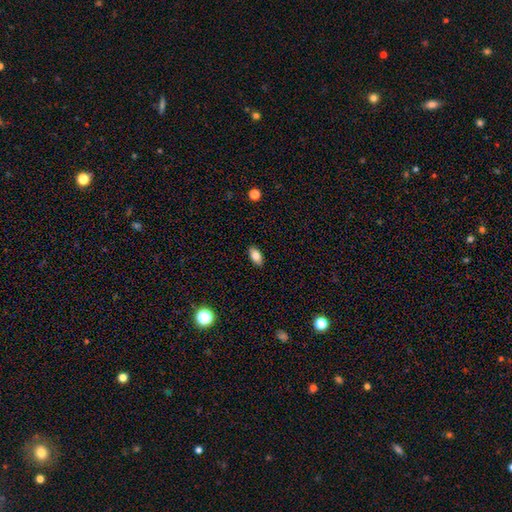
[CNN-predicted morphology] This is clearly a smooth galaxy (82%). How rounded: clearly in between (91%). Merging: clearly none (89%).